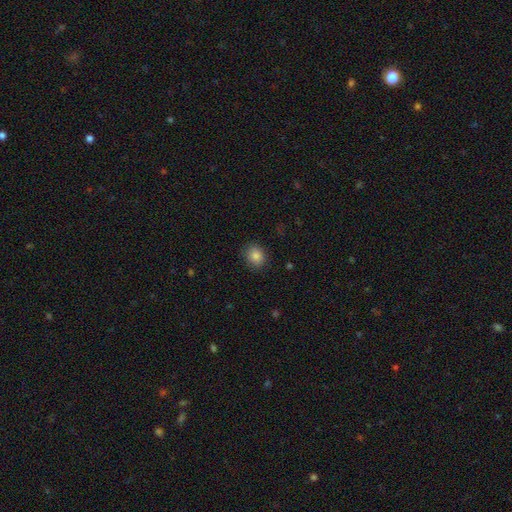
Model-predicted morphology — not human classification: Smooth or featured? Predicted: smooth (p=0.85). How rounded? Predicted: round (p=0.65). Merging? Predicted: none (p=0.87).